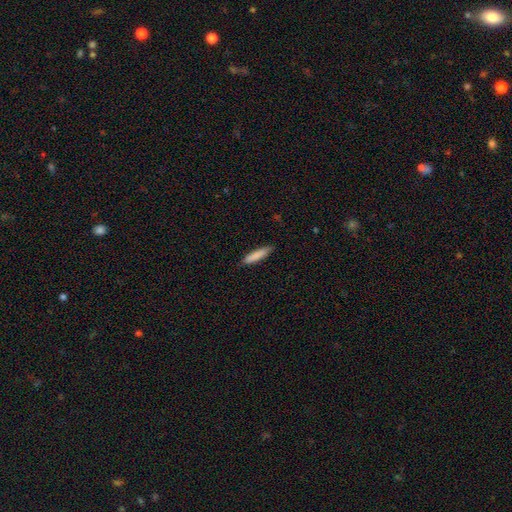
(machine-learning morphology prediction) type=smooth (84%); roundness=cigar-shaped (85%); merging=none (87%).